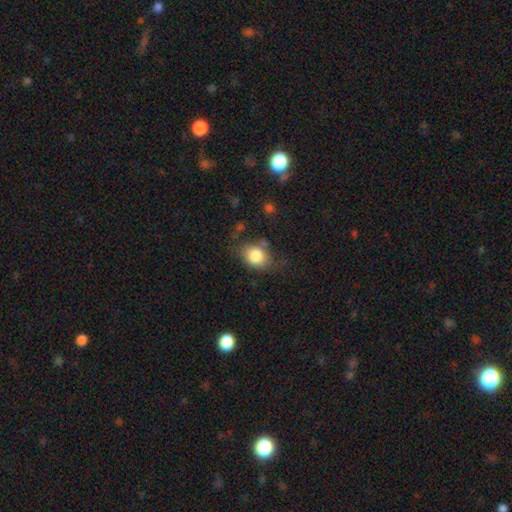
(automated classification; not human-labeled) This appears to be a smooth galaxy with no disk features (82%) that is in between round and cigar-shaped (58%). Merging: none (64%).